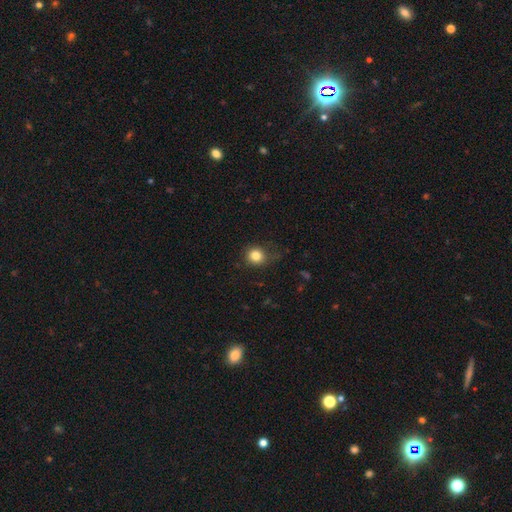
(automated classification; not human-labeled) This appears to be a smooth galaxy with no disk features (82%) that is round (85%). Merging: none (76%).